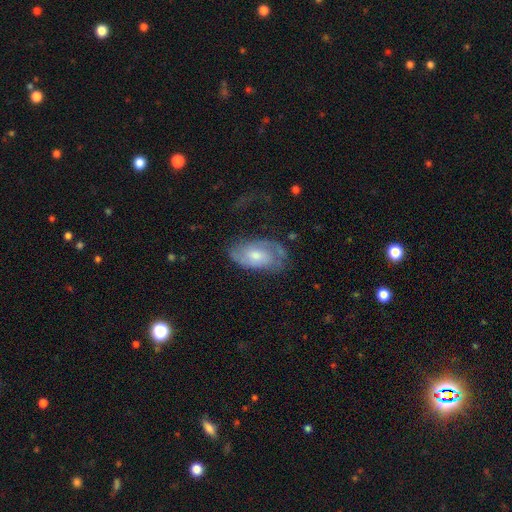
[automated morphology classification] A featured or disk galaxy (58%) with no bar (68%), spiral arms (80%) and a moderate central bulge (55%).

Vote fractions:
- Smooth or featured? featured or disk: 58% / smooth: 35% / star or artifact: 7%
- Edge-on disk? no: 93% / yes: 7%
- Bar? no: 68% / weak: 28% / strong: 4%
- Spiral arms? yes: 80% / no: 20%
- Bulge size? moderate: 55% / small: 33% / large: 7% / none: 4% / dominant: 1%
- Merging? none: 55% / minor disturbance: 26% / major disturbance: 17% / merger: 2%